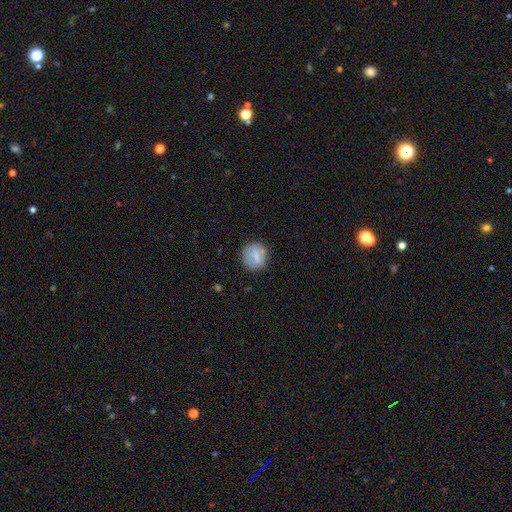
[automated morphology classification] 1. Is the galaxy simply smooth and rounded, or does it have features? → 68% smooth, 23% featured or disk, 9% star or artifact.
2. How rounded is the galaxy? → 86% round, 13% in between, 1% cigar-shaped.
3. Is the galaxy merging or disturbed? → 78% none, 15% minor disturbance, 5% major disturbance, 3% merger.